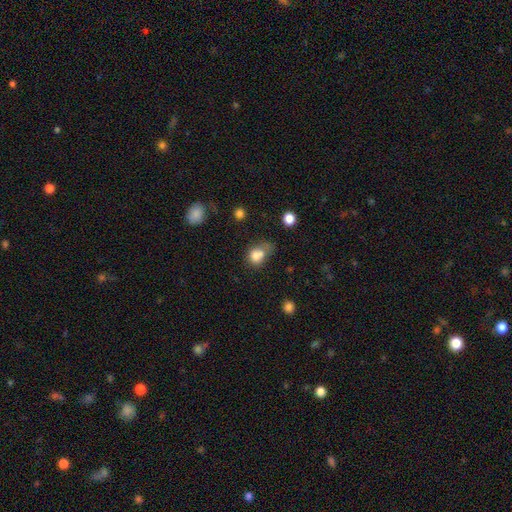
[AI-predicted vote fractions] This is likely a smooth galaxy (79%). How rounded: likely round (61%). Merging: marginally merger (37%).